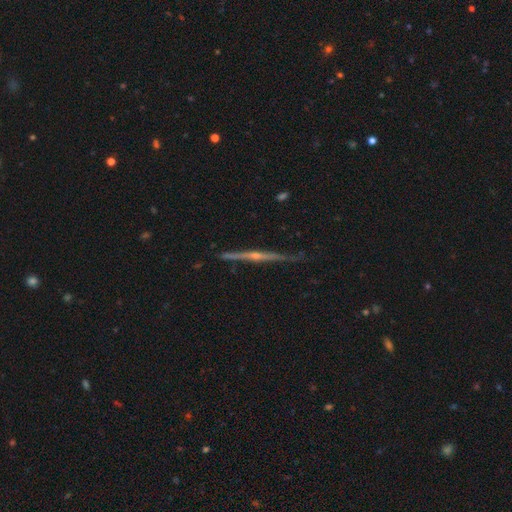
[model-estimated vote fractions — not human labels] smooth_or_featured: featured or disk (p=0.85) [alt: smooth p=0.09]
disk_edge_on: yes (p=0.98) [alt: no p=0.02]
edge_on_bulge: rounded (p=0.84) [alt: none p=0.11]
merging: none (p=0.84) [alt: minor disturbance p=0.12]